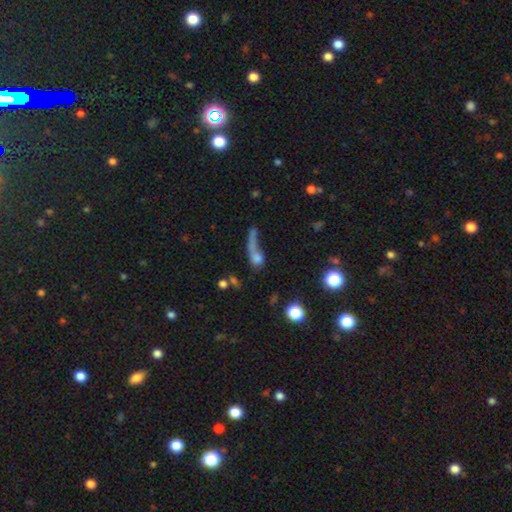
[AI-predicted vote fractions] Smooth or featured? Predicted: smooth (p=0.57). How rounded? Predicted: in between (p=0.41). Merging? Predicted: major disturbance (p=0.36).